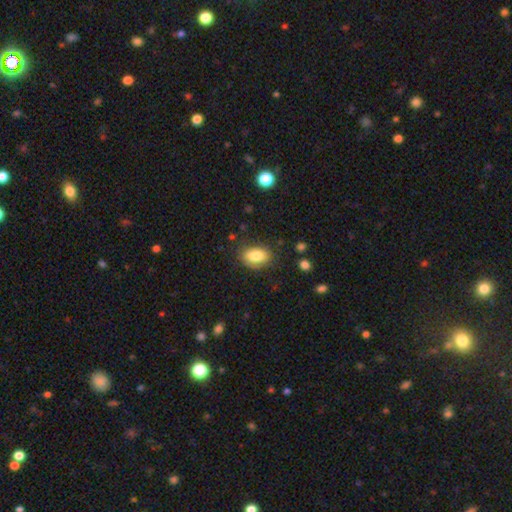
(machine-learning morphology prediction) smooth_or_featured: smooth (p=0.84) [alt: featured or disk p=0.09]
how_rounded: in between (p=0.86) [alt: round p=0.12]
merging: none (p=0.79) [alt: minor disturbance p=0.15]